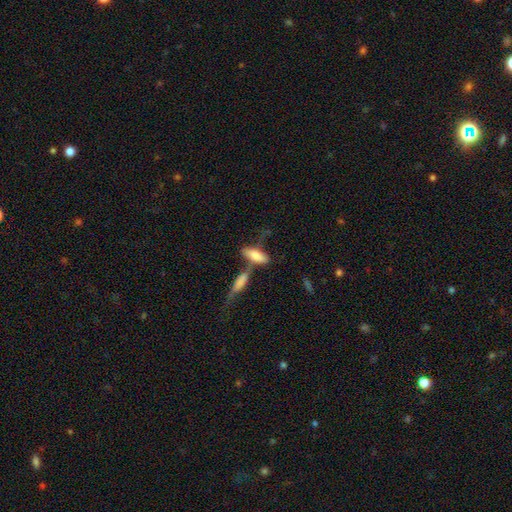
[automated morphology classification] Overall: smooth (67%). How rounded: in between (63%; cigar-shaped 35%). Merging: merger (45%; none 32%).